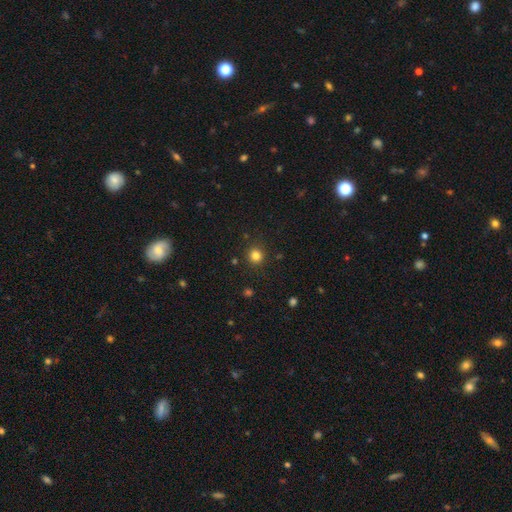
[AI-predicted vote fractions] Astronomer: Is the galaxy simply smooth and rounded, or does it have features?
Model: smooth — 82%.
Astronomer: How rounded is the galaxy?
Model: round — 92%.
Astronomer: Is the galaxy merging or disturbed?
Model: none — 90%.